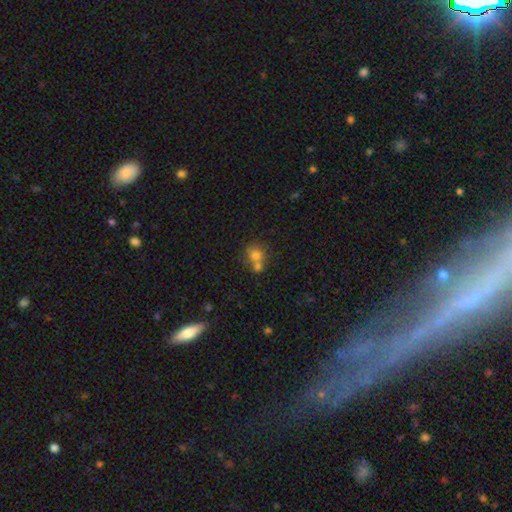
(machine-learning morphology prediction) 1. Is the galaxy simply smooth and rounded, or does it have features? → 72% smooth, 15% featured or disk, 13% star or artifact.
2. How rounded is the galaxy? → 78% round, 21% in between, 1% cigar-shaped.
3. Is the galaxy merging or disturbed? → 47% merger, 40% none, 9% minor disturbance, 4% major disturbance.